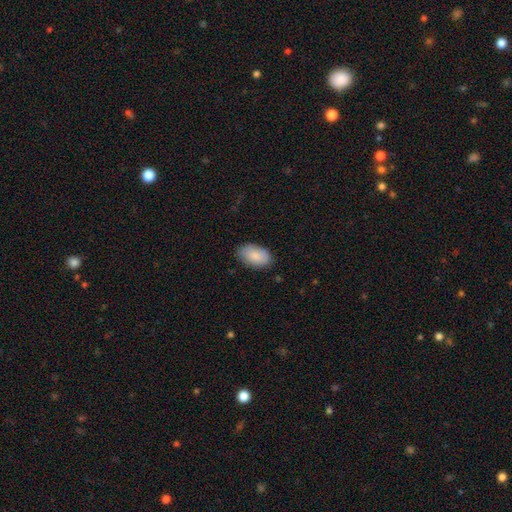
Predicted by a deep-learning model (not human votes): Smooth or featured? smooth (87%)
How rounded? in between (94%)
Merging? none (80%)